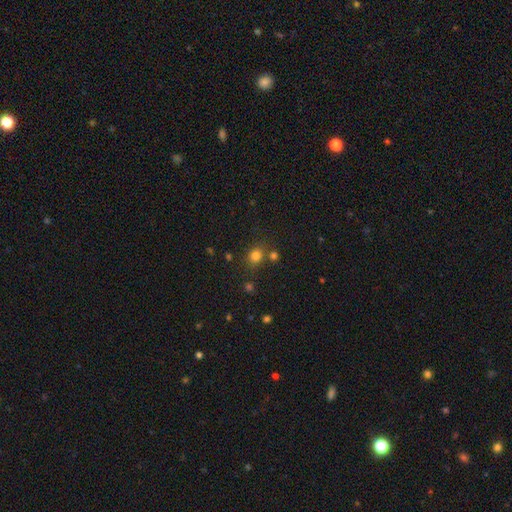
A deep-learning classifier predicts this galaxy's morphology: Smooth or featured?
  - smooth: 77% *
  - star or artifact: 16%
  - featured or disk: 6%
How rounded?
  - round: 73% *
  - in between: 26%
  - cigar-shaped: 1%
Merging?
  - none: 72% *
  - merger: 13%
  - minor disturbance: 11%
  - major disturbance: 4%